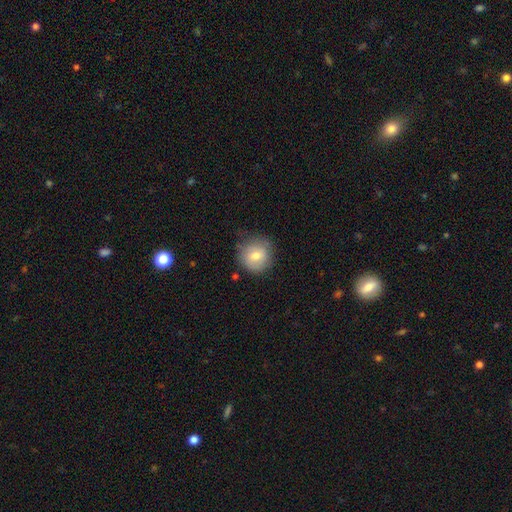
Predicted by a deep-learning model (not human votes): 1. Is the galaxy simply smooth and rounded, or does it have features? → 74% smooth, 18% featured or disk, 8% star or artifact.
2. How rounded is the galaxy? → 89% round, 10% in between, 1% cigar-shaped.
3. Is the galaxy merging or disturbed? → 73% none, 20% minor disturbance, 5% major disturbance, 2% merger.